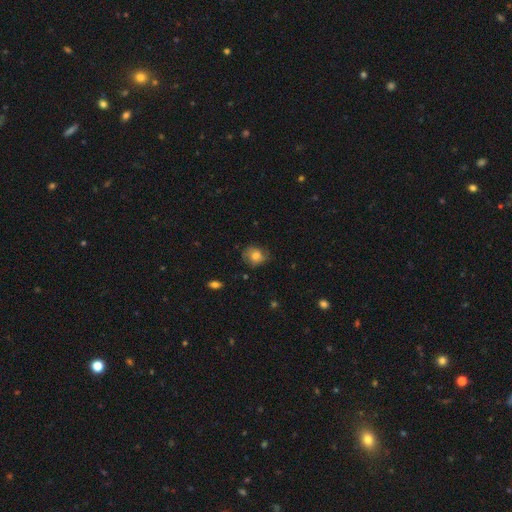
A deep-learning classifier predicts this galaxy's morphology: type=smooth (63%); roundness=round (61%); merging=none (63%).